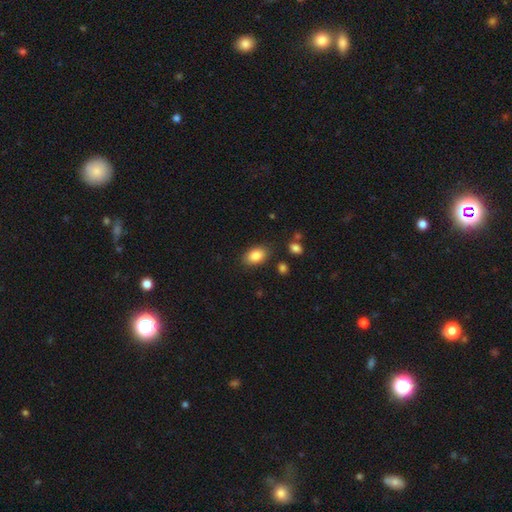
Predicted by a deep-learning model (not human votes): smooth_or_featured: smooth (p=0.86) [alt: star or artifact p=0.08]
how_rounded: in between (p=0.88) [alt: round p=0.11]
merging: none (p=0.84) [alt: minor disturbance p=0.11]